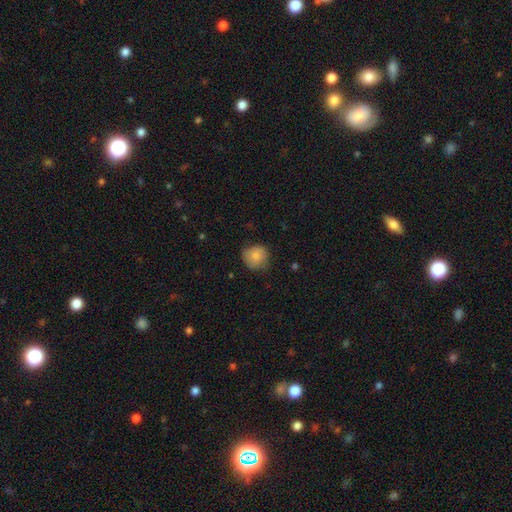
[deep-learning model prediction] smooth 83%, featured or disk 9%, star or artifact 8%. Down the decision tree: how rounded — round (86%); merging — none (69%).